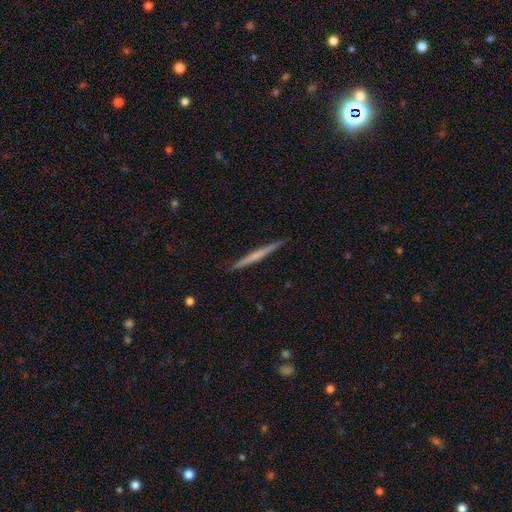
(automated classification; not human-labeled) A featured or disk galaxy (54%) viewed edge-on (98%) with no central bulge (69%).

Vote fractions:
- Smooth or featured? featured or disk: 54% / smooth: 40% / star or artifact: 6%
- Edge-on disk? yes: 98% / no: 2%
- Edge-on bulge? none: 69% / rounded: 24% / boxy: 7%
- Merging? none: 91% / minor disturbance: 6% / major disturbance: 1% / merger: 1%